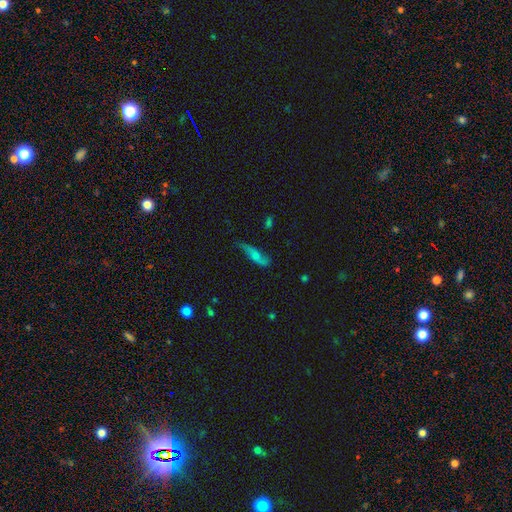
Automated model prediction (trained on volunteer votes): Smooth or featured? smooth (47%)
Merging? none (56%)